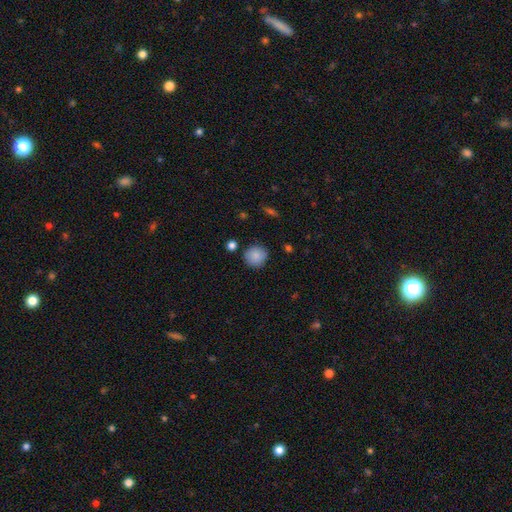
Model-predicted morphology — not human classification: Smooth or featured? smooth (87%)
How rounded? round (91%)
Merging? none (85%)